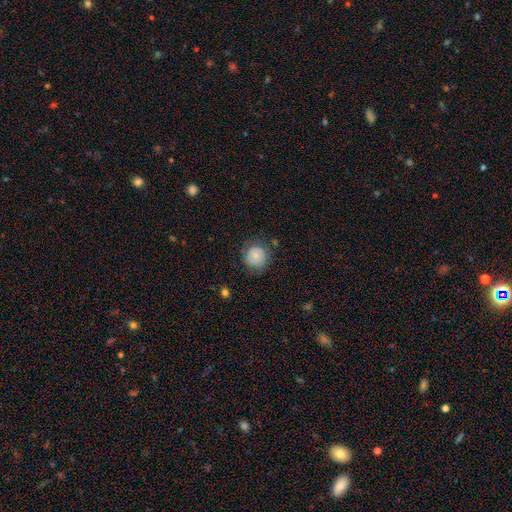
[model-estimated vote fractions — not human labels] This appears to be a smooth galaxy with no disk features (68%) that is round (90%). Merging: none (75%).